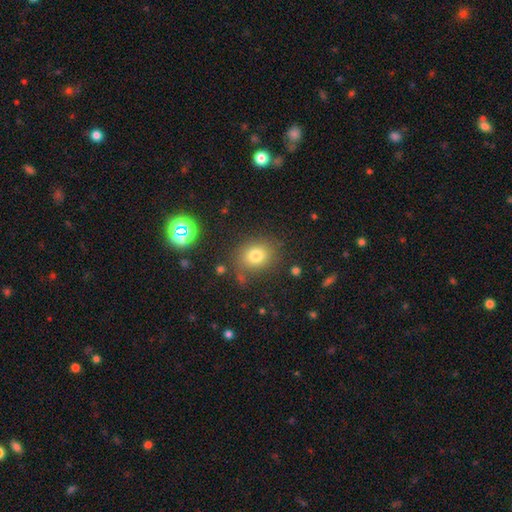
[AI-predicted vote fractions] Smooth or featured?
  - smooth: 76% *
  - star or artifact: 14%
  - featured or disk: 10%
How rounded?
  - round: 65% *
  - in between: 34%
  - cigar-shaped: 1%
Merging?
  - none: 75% *
  - minor disturbance: 15%
  - major disturbance: 6%
  - merger: 4%